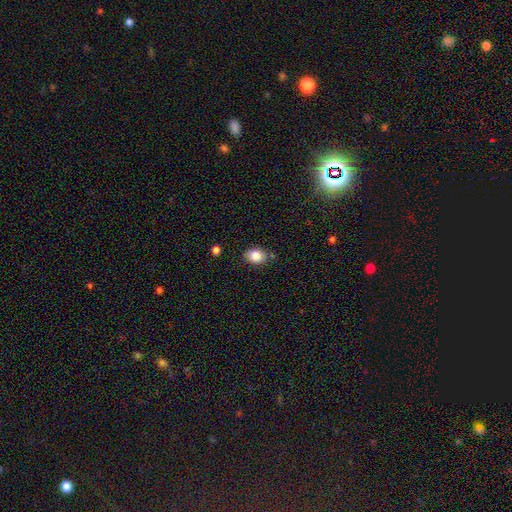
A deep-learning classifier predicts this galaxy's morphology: This is clearly a smooth galaxy (86%). How rounded: likely in between (71%). Merging: likely none (77%).